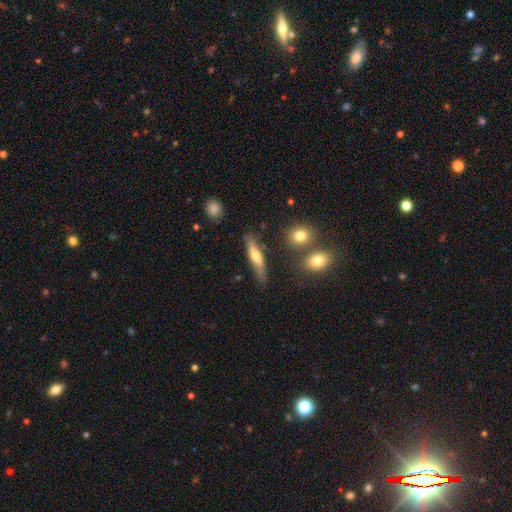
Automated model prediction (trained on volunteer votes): Morphology: type=smooth (52%); roundness=cigar-shaped (75%); merging=none (73%).